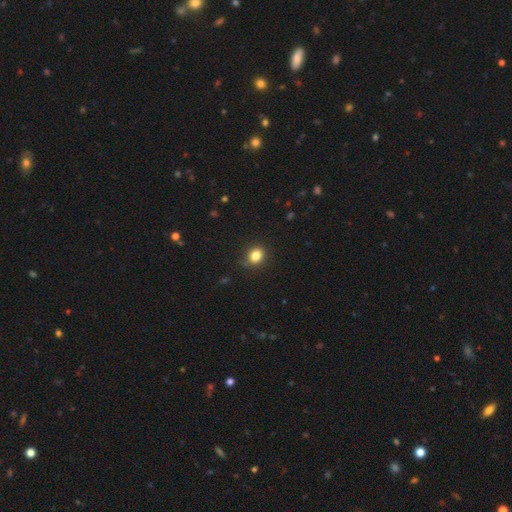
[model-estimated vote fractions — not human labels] Smooth or featured? Predicted: smooth (p=0.83). How rounded? Predicted: round (p=0.54). Merging? Predicted: none (p=0.83).